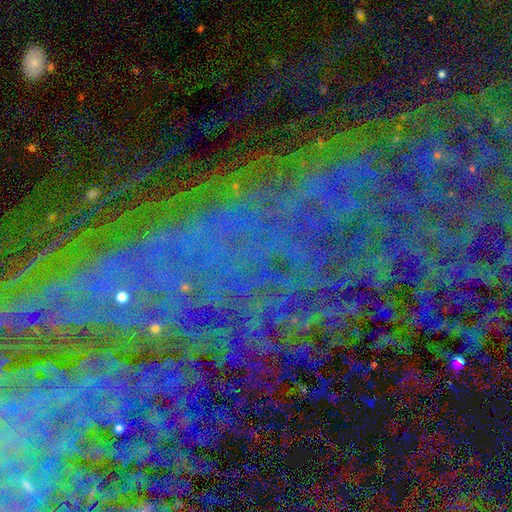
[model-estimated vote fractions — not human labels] This is likely a star or artifact rather than a galaxy (77%).